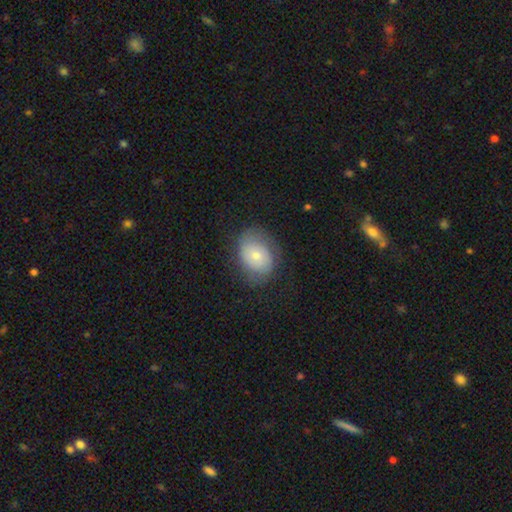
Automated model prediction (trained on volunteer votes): This is likely a smooth galaxy (64%). How rounded: likely in between (64%). Merging: likely none (71%).